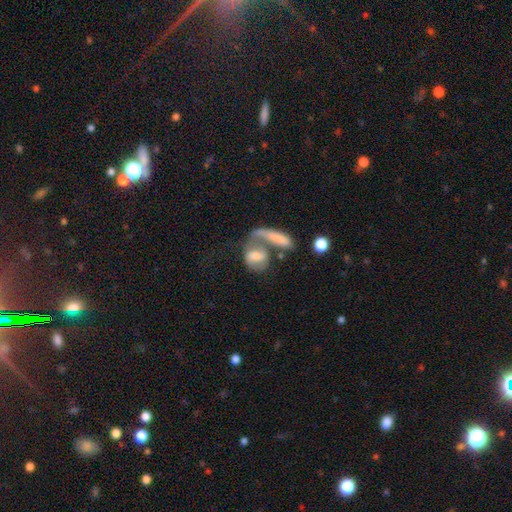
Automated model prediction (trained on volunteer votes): smooth-or-featured: smooth: 56% | featured or disk: 34% | star or artifact: 10%
  how-rounded: in between: 67% | round: 19% | cigar-shaped: 13%
  merging: merger: 50% | none: 22% | major disturbance: 18% | minor disturbance: 10%